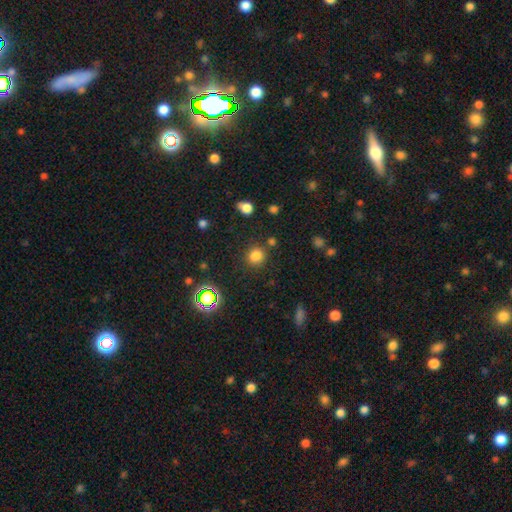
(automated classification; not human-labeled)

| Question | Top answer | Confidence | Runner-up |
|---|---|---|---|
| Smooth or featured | smooth | 78% | star or artifact (17%) |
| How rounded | round | 82% | in between (17%) |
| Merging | none | 81% | minor disturbance (9%) |